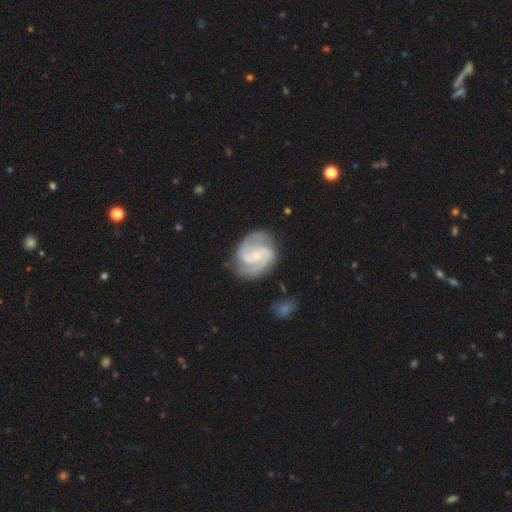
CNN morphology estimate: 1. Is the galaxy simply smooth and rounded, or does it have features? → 89% featured or disk, 7% smooth, 4% star or artifact.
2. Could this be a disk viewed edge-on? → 98% no, 2% yes.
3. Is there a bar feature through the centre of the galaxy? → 54% no, 38% weak, 9% strong.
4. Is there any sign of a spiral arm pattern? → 98% yes, 2% no.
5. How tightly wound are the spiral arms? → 51% medium, 39% tight, 10% loose.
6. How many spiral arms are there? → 76% 2, 13% 3, 5% can't tell, 2% 4, 2% 1, 2% more than 4.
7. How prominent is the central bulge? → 71% small, 20% moderate, 7% none, 1% large, 1% dominant.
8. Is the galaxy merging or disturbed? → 77% none, 16% minor disturbance, 5% major disturbance, 2% merger.